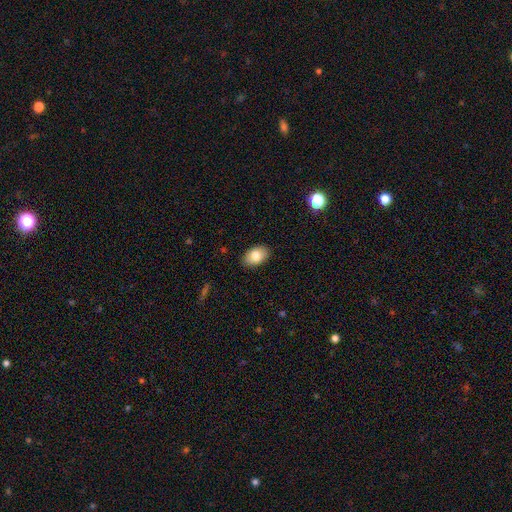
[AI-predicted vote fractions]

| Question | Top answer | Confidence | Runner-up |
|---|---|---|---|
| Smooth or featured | smooth | 82% | featured or disk (11%) |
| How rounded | in between | 88% | round (11%) |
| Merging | none | 88% | minor disturbance (9%) |